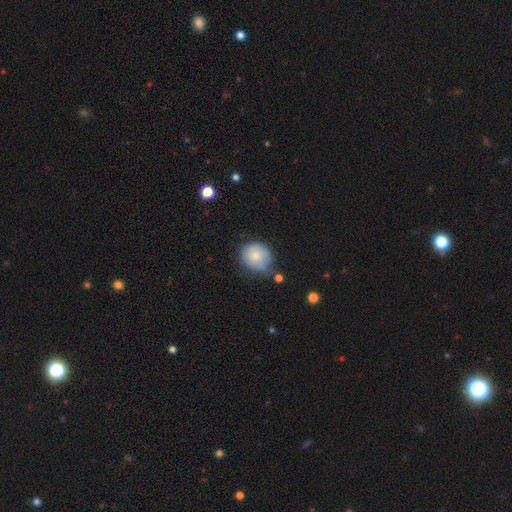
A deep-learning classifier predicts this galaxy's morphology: This is likely a smooth galaxy (79%). How rounded: likely round (80%). Merging: possibly none (55%).